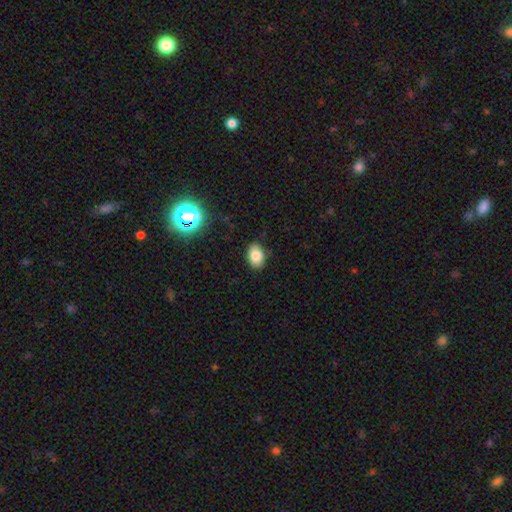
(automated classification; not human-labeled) The model was most divided on "smooth or featured": smooth: 81%, star or artifact: 11%, featured or disk: 8%. More confident: merging — none (87%); how rounded — in between (87%).